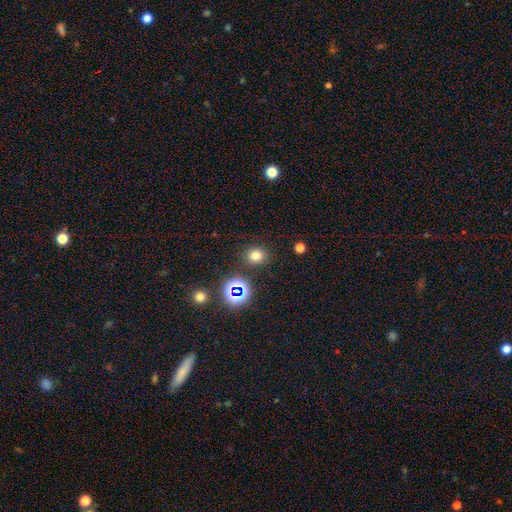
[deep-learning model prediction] The model was most divided on "how rounded": round: 74%, in between: 25%, cigar-shaped: 1%. More confident: merging — none (86%); smooth or featured — smooth (73%).